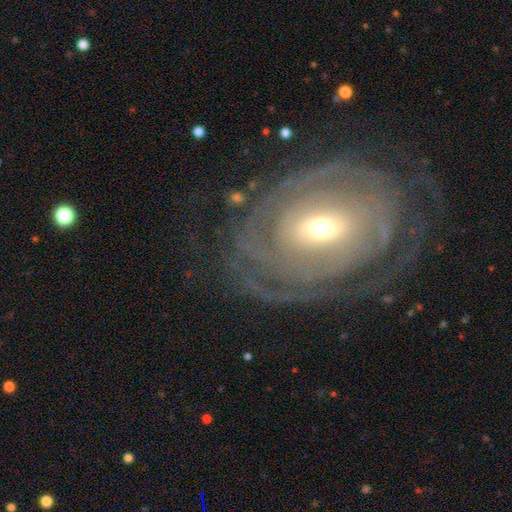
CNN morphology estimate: This appears to be a featured or disk galaxy (84%) with a weak bar (41%), tight (78%) spiral arms (89%) and a moderate central bulge (50%). Merging: none (75%).